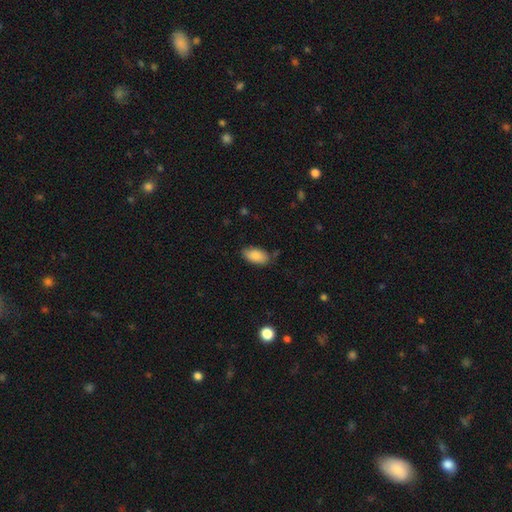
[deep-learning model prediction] Q: Smooth or featured?
A: smooth (86%); runner-up: featured or disk (7%)
Q: How rounded?
A: in between (93%); runner-up: round (3%)
Q: Merging?
A: none (75%); runner-up: minor disturbance (19%)